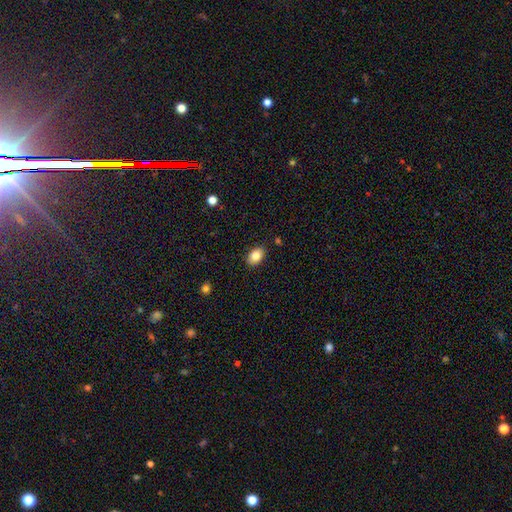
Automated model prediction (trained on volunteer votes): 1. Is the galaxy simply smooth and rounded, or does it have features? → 84% smooth, 8% featured or disk, 8% star or artifact.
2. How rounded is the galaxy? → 87% in between, 12% round, 1% cigar-shaped.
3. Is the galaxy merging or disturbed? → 87% none, 10% minor disturbance, 2% major disturbance, 1% merger.